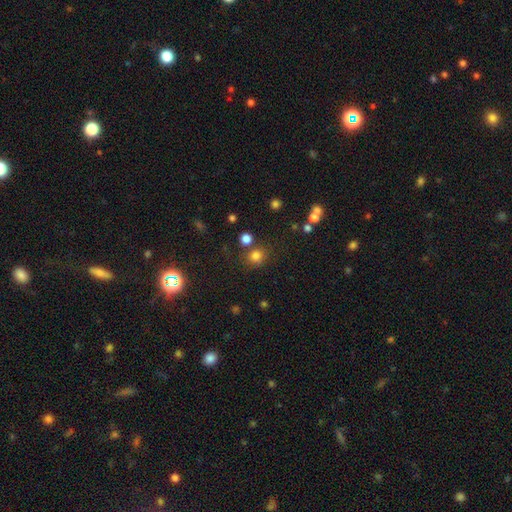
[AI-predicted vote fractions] This appears to be a smooth galaxy with no disk features (77%) that is round (82%). Merging: none (73%).